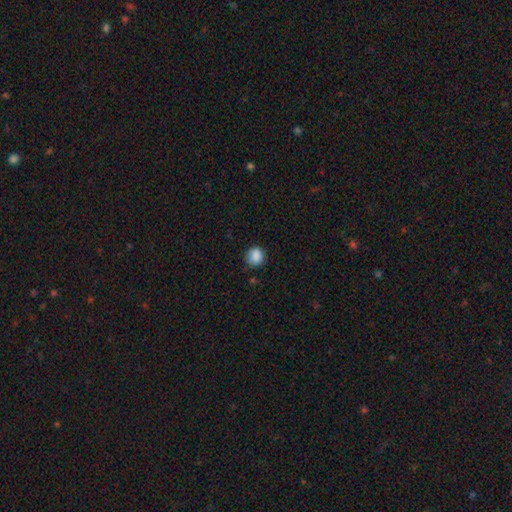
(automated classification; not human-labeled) Q: Smooth or featured?
A: smooth (87%); runner-up: star or artifact (9%)
Q: How rounded?
A: round (83%); runner-up: in between (16%)
Q: Merging?
A: none (77%); runner-up: minor disturbance (18%)